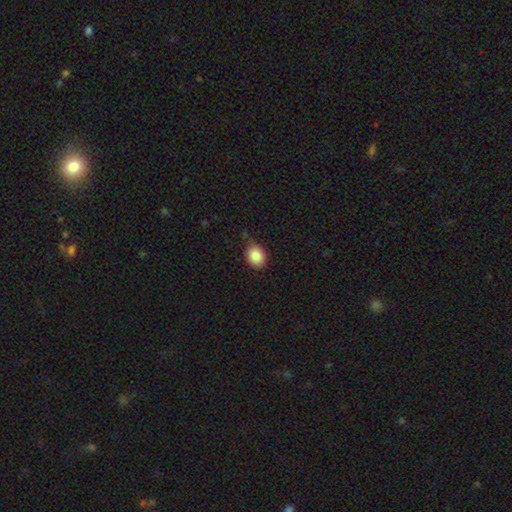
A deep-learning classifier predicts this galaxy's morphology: A smooth galaxy with no disk features (87%) that is round (53%).

Vote fractions:
- Smooth or featured? smooth: 87% / star or artifact: 8% / featured or disk: 4%
- How rounded? round: 53% / in between: 46% / cigar-shaped: 1%
- Merging? none: 78% / minor disturbance: 17% / major disturbance: 3% / merger: 2%